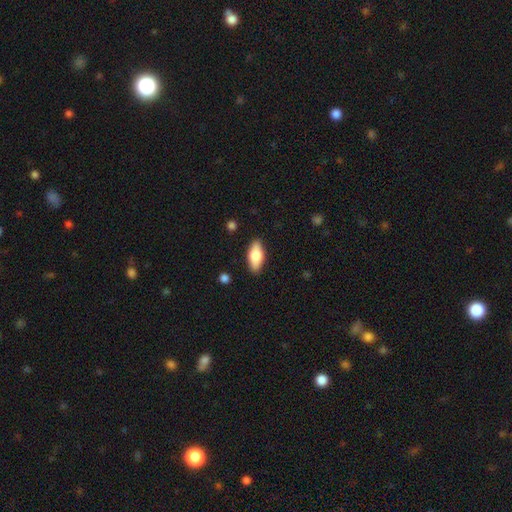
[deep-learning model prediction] A smooth galaxy with no disk features (73%) that is in between round and cigar-shaped (84%).

Vote fractions:
- Smooth or featured? smooth: 73% / featured or disk: 21% / star or artifact: 6%
- How rounded? in between: 84% / cigar-shaped: 14% / round: 3%
- Merging? none: 87% / minor disturbance: 9% / major disturbance: 2% / merger: 1%